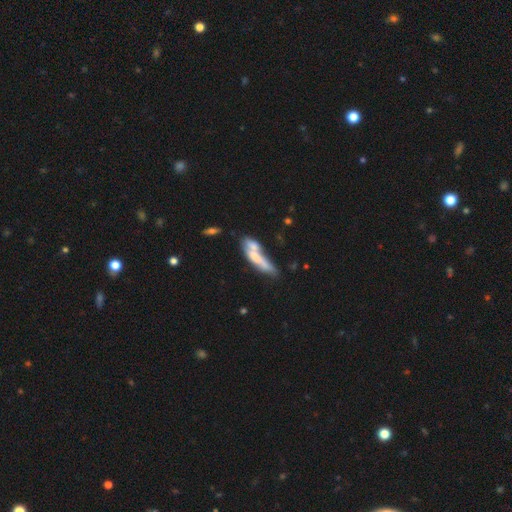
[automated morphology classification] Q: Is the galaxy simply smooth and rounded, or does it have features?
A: smooth — 55%.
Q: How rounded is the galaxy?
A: cigar-shaped — 70%.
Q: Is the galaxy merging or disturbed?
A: merger — 44%.